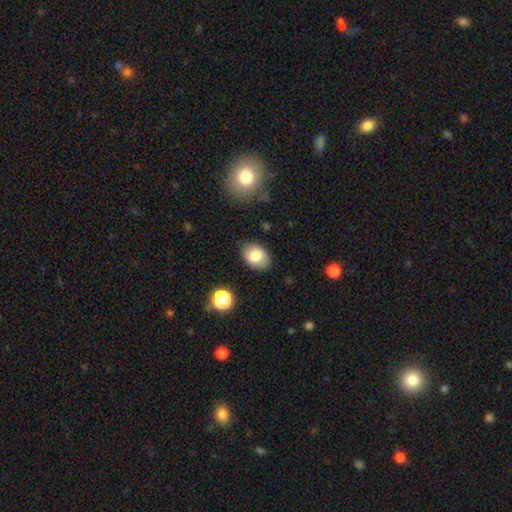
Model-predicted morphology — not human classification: Smooth or featured?
  - smooth: 81% *
  - featured or disk: 10%
  - star or artifact: 9%
How rounded?
  - in between: 75% *
  - round: 24%
  - cigar-shaped: 1%
Merging?
  - none: 83% *
  - minor disturbance: 13%
  - major disturbance: 3%
  - merger: 2%